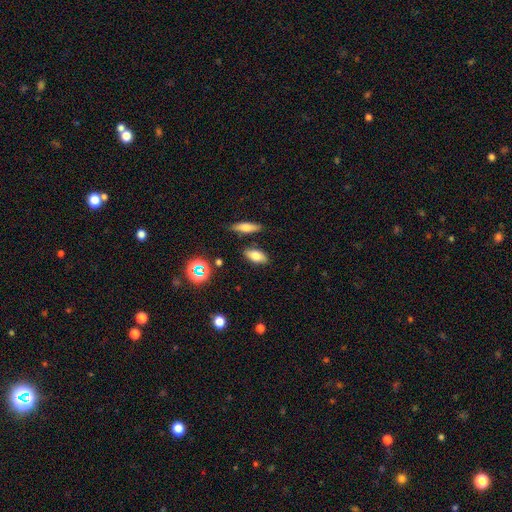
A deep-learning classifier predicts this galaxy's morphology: This is likely a smooth galaxy (77%). How rounded: clearly in between (85%). Merging: clearly none (82%).